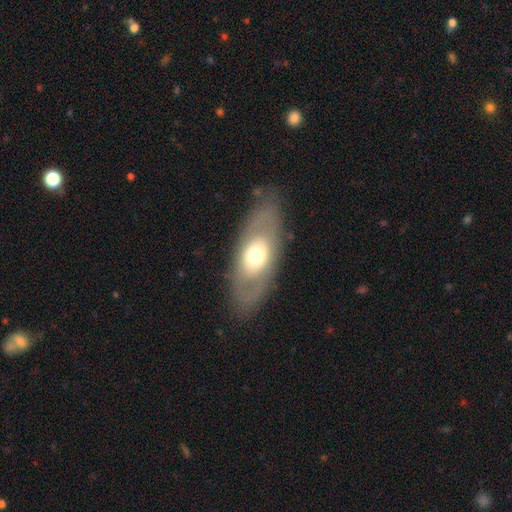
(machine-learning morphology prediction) type=featured or disk (50%); merging=none (81%).